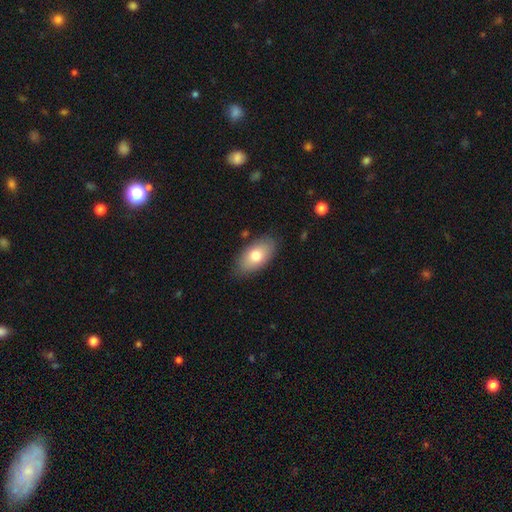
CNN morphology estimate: The model was most divided on "smooth or featured": smooth: 74%, featured or disk: 19%, star or artifact: 7%. More confident: how rounded — in between (93%); merging — none (83%).